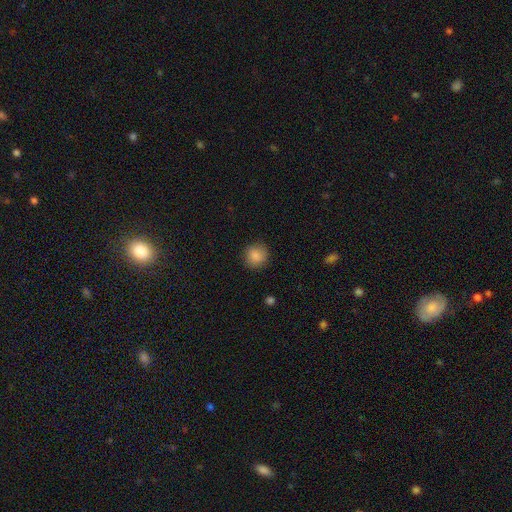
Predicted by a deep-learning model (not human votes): The model was most divided on "merging": none: 86%, minor disturbance: 10%, major disturbance: 3%, merger: 1%. More confident: how rounded — round (88%); smooth or featured — smooth (86%).